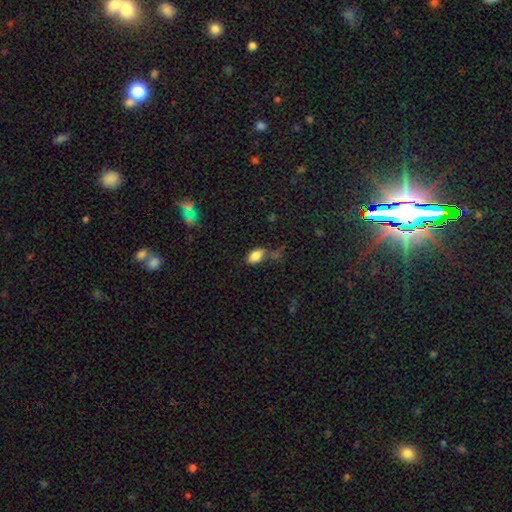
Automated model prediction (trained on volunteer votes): Smooth or featured: smooth — 84% (star or artifact — 9%)
How rounded: in between — 91% (round — 6%)
Merging: none — 53% (minor disturbance — 25%)